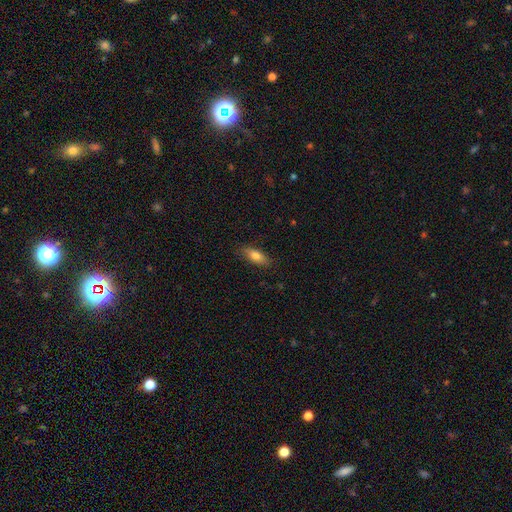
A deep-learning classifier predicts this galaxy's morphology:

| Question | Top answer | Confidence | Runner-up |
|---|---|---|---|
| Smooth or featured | smooth | 78% | featured or disk (15%) |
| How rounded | in between | 72% | cigar-shaped (25%) |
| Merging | none | 83% | minor disturbance (13%) |